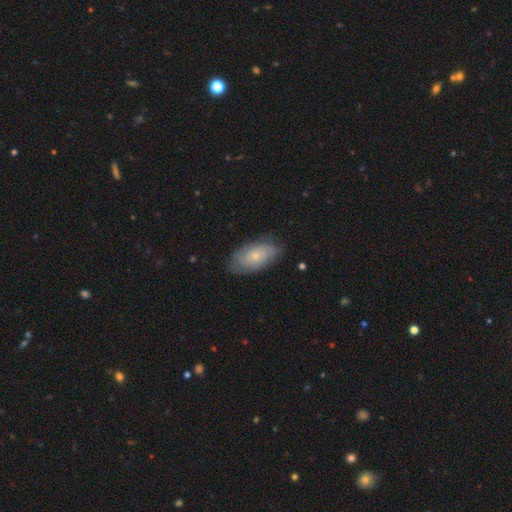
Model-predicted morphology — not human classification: Smooth or featured? featured or disk (52%)
Edge-on disk? no (93%)
Merging? none (76%)